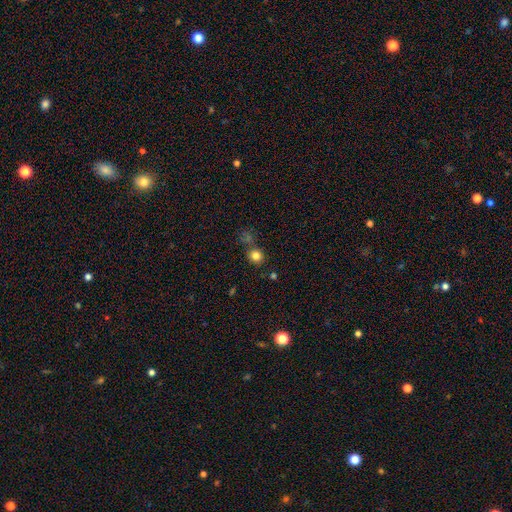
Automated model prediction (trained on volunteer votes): Smooth or featured? Predicted: smooth (p=0.80). How rounded? Predicted: round (p=0.88). Merging? Predicted: none (p=0.75).